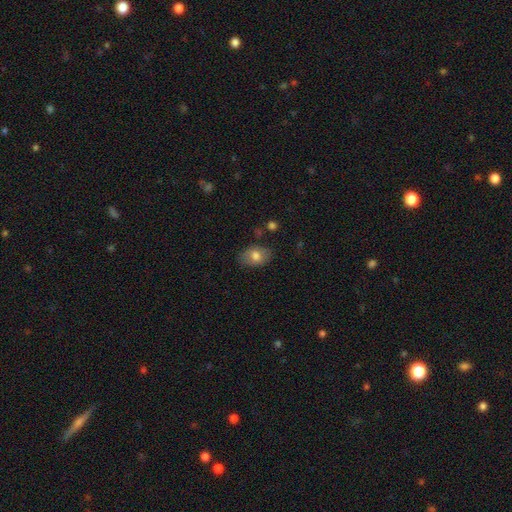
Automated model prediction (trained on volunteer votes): A smooth galaxy with no disk features (75%) that is in between round and cigar-shaped (83%). Merging: none (80%).